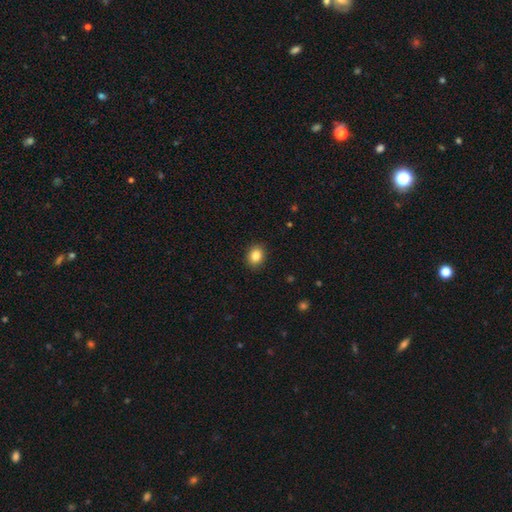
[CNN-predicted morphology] This is clearly a smooth galaxy (86%). How rounded: possibly round (50%). Merging: clearly none (90%).